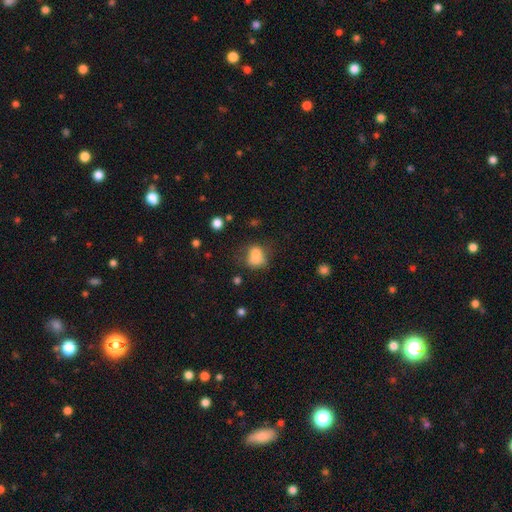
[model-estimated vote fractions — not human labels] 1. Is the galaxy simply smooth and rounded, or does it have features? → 71% smooth, 17% featured or disk, 13% star or artifact.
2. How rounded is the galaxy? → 54% round, 45% in between, 1% cigar-shaped.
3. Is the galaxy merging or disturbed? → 38% merger, 32% none, 18% minor disturbance, 12% major disturbance.